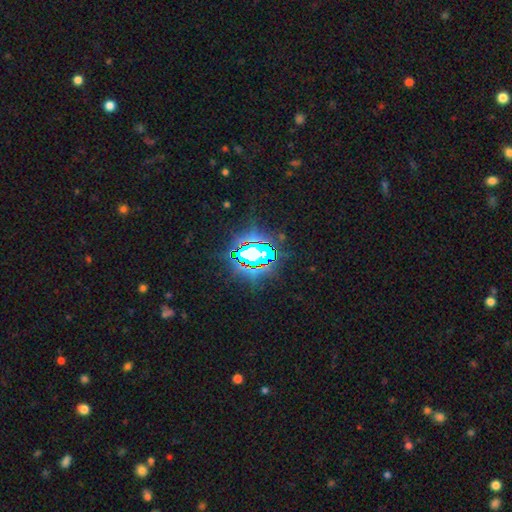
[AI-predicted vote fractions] This appears to be a star or artifact, not a galaxy (80%).